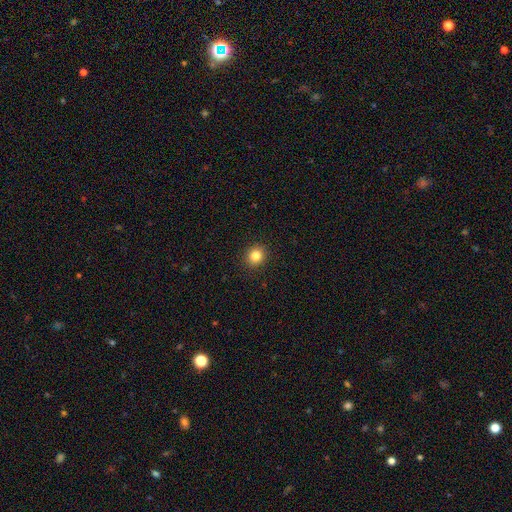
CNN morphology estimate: Smooth or featured: smooth — 83% (star or artifact — 11%)
How rounded: round — 85% (in between — 14%)
Merging: none — 92% (minor disturbance — 5%)